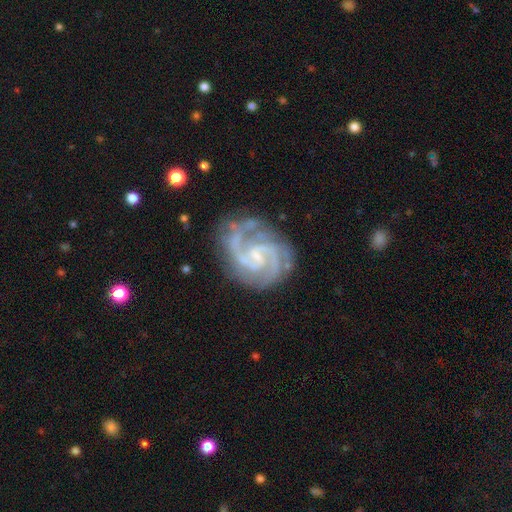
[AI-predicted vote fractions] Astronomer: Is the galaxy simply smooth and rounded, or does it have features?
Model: featured or disk — 93%.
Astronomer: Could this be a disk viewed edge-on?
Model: no — 98%.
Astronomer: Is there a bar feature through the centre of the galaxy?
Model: weak — 47% (runner-up: no, 40%).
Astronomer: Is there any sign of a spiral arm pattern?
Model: yes — 99%.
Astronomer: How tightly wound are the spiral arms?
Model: medium — 49% (runner-up: tight, 44%).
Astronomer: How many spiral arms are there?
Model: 2 — 66%.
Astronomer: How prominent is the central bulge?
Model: small — 65%.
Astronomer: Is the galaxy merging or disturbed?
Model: none — 73%.